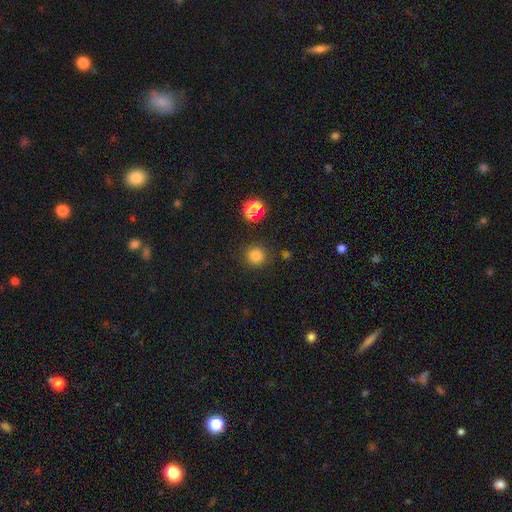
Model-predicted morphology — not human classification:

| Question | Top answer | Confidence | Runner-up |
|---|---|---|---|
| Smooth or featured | smooth | 80% | star or artifact (16%) |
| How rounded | round | 92% | in between (7%) |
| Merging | none | 87% | minor disturbance (7%) |